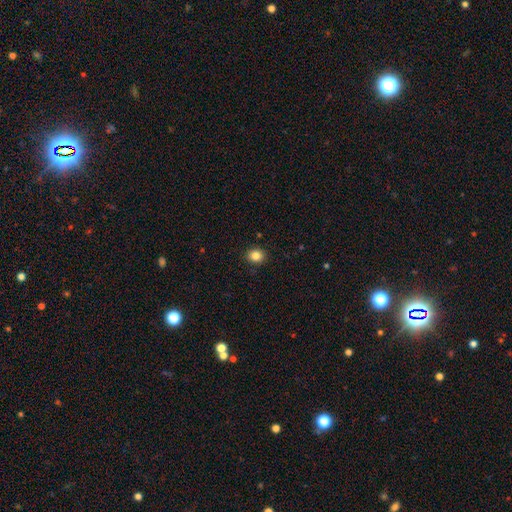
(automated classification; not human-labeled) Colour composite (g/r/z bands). It shows a smooth galaxy with no disk features (85%) that is round (74%). Merging: none (90%).